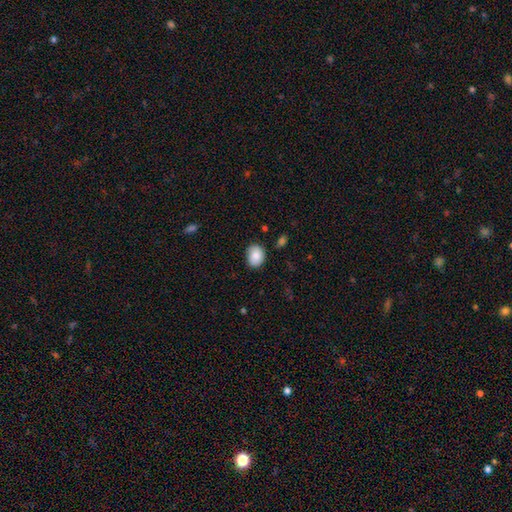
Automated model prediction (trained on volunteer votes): Q: Smooth or featured?
A: smooth (86%); runner-up: featured or disk (7%)
Q: How rounded?
A: in between (57%); runner-up: round (42%)
Q: Merging?
A: none (81%); runner-up: minor disturbance (15%)